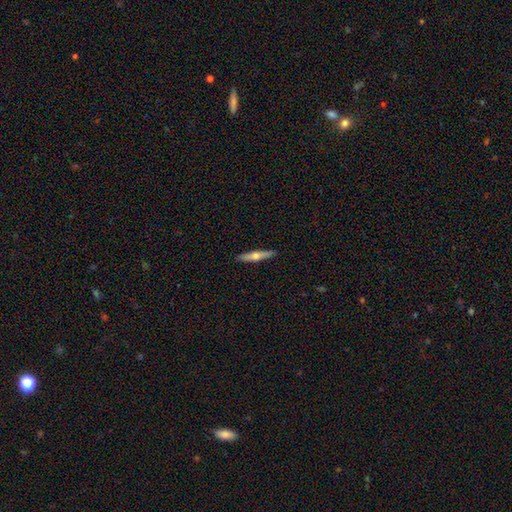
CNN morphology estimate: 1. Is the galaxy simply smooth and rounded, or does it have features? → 54% featured or disk, 41% smooth, 6% star or artifact.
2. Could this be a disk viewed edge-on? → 95% yes, 5% no.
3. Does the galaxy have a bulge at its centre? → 91% rounded, 6% none, 3% boxy.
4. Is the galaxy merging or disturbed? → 91% none, 6% minor disturbance, 1% major disturbance, 1% merger.